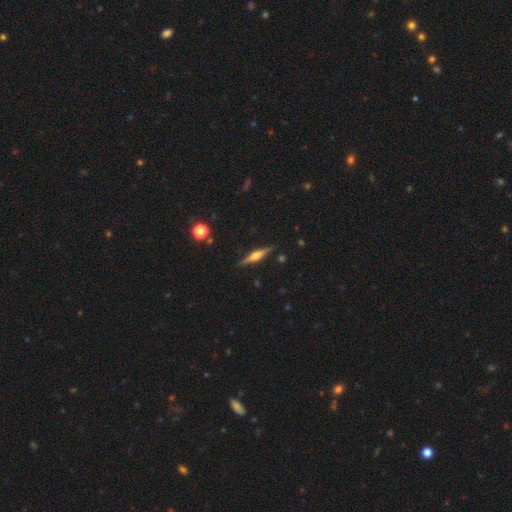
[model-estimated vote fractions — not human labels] This is likely a featured or disk galaxy (69%). It is clearly viewed edge-on (97%). Edge-on bulge: clearly rounded (81%). Merging: clearly none (89%).